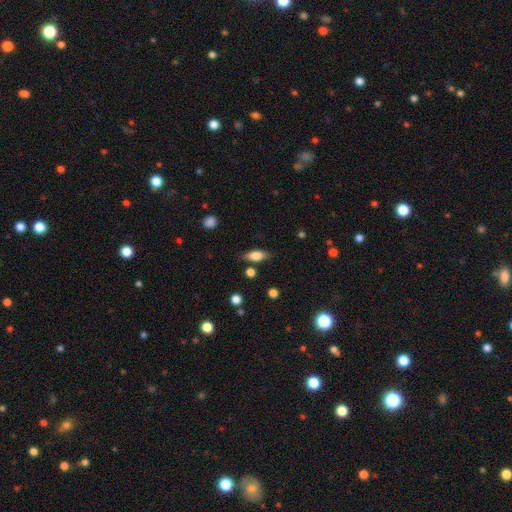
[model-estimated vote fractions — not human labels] Smooth or featured?
  - smooth: 70% *
  - featured or disk: 22%
  - star or artifact: 8%
How rounded?
  - in between: 73% *
  - cigar-shaped: 23%
  - round: 4%
Merging?
  - none: 80% *
  - minor disturbance: 13%
  - major disturbance: 3%
  - merger: 3%